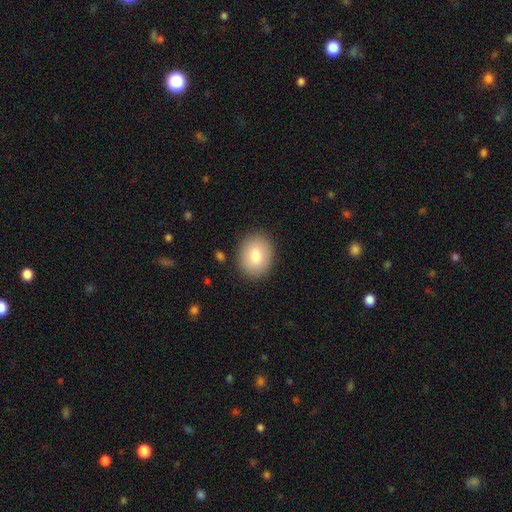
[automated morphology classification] Smooth or featured?
  - smooth: 78% *
  - featured or disk: 14%
  - star or artifact: 8%
How rounded?
  - round: 56% *
  - in between: 43%
  - cigar-shaped: 1%
Merging?
  - none: 88% *
  - minor disturbance: 8%
  - major disturbance: 3%
  - merger: 1%